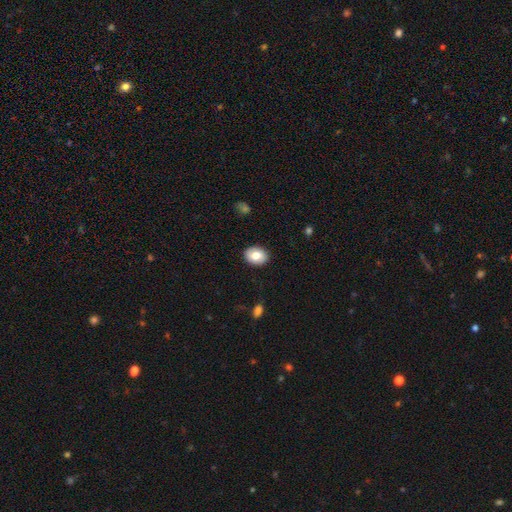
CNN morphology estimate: A smooth galaxy with no disk features (77%) that is in between round and cigar-shaped (56%).

Vote fractions:
- Smooth or featured? smooth: 77% / featured or disk: 16% / star or artifact: 8%
- How rounded? in between: 56% / round: 43% / cigar-shaped: 1%
- Merging? none: 89% / minor disturbance: 8% / major disturbance: 2% / merger: 1%